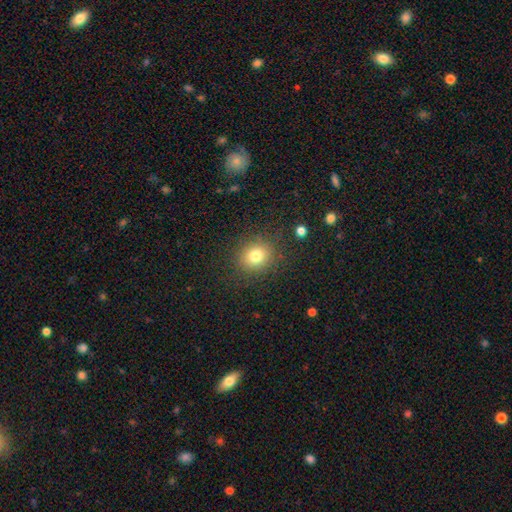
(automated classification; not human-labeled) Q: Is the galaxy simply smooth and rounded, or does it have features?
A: smooth — 77%.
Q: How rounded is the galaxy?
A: round — 75%.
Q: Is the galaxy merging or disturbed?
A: none — 85%.